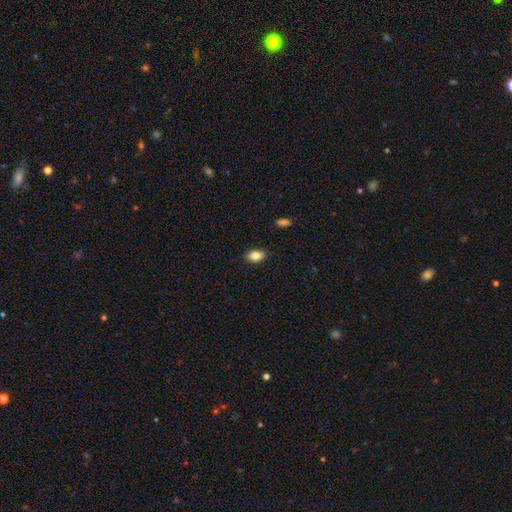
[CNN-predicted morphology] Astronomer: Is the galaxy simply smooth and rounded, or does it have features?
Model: smooth — 84%.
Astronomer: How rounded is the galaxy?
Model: in between — 87%.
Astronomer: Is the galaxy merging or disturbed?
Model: none — 88%.